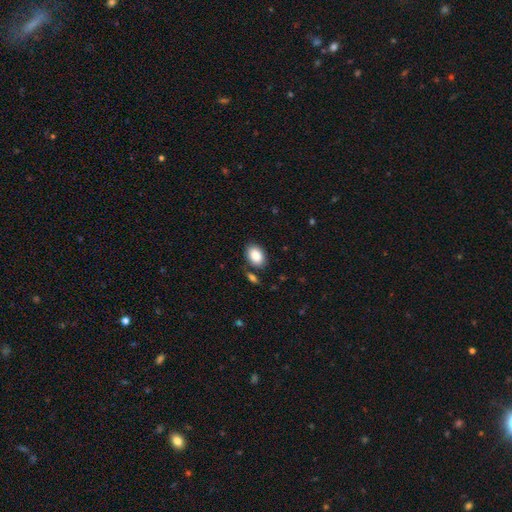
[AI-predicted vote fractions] Morphology: type=smooth (88%); roundness=in between (84%); merging=none (78%).